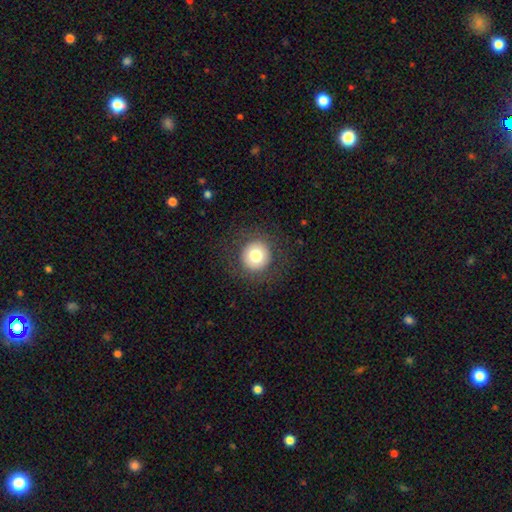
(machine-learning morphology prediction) A smooth galaxy with no disk features (76%) that is round (95%). Merging: none (86%).